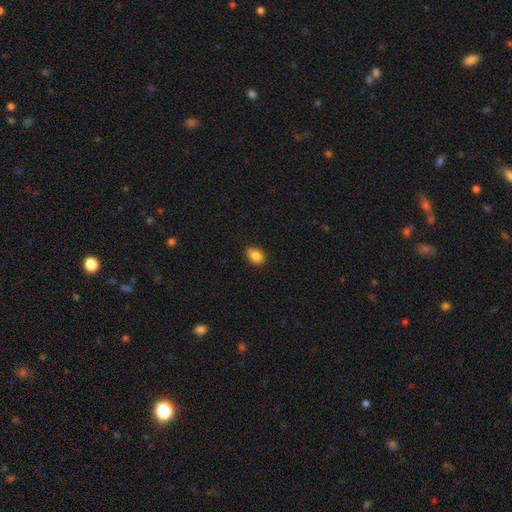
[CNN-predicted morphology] type=smooth (85%); roundness=in between (71%); merging=none (76%).